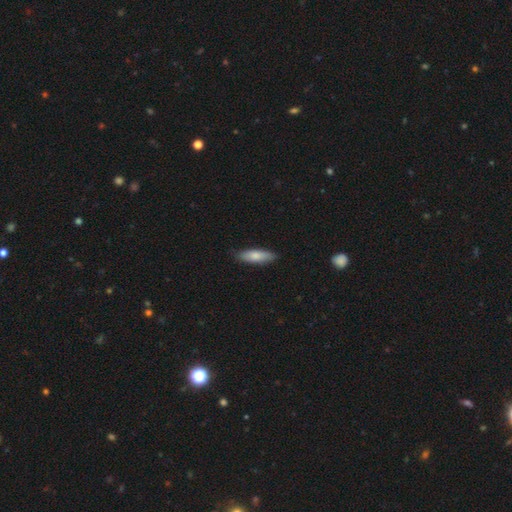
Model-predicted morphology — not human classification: smooth_or_featured: smooth (p=0.77) [alt: featured or disk p=0.17]
how_rounded: cigar-shaped (p=0.52) [alt: in between p=0.46]
merging: none (p=0.85) [alt: minor disturbance p=0.13]